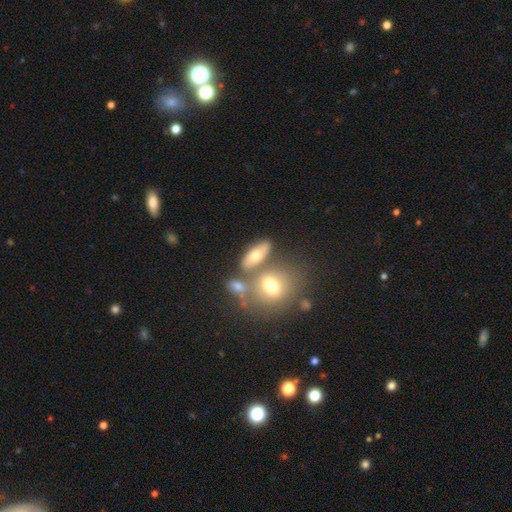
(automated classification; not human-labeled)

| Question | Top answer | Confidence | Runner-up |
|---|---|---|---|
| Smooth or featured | smooth | 63% | featured or disk (26%) |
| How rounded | in between | 66% | round (18%) |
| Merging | none | 60% | merger (22%) |